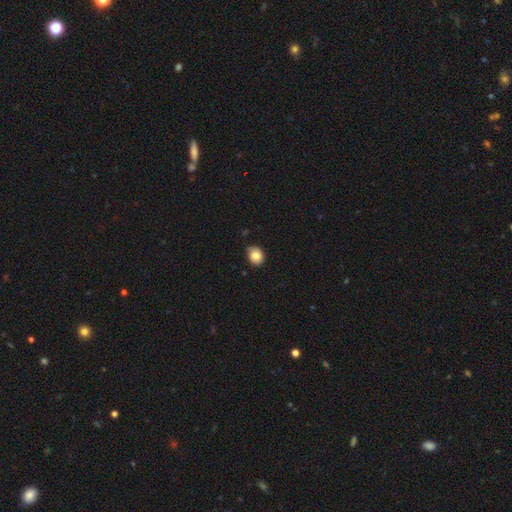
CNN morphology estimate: Smooth or featured? Predicted: smooth (p=0.83). How rounded? Predicted: round (p=0.54). Merging? Predicted: none (p=0.77).